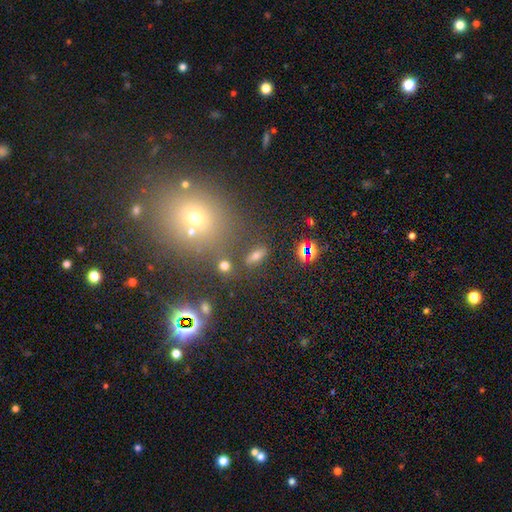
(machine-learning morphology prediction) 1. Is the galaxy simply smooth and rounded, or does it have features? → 51% smooth, 34% star or artifact, 16% featured or disk.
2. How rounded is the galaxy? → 63% in between, 19% cigar-shaped, 18% round.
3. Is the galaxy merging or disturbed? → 78% none, 10% minor disturbance, 8% merger, 4% major disturbance.